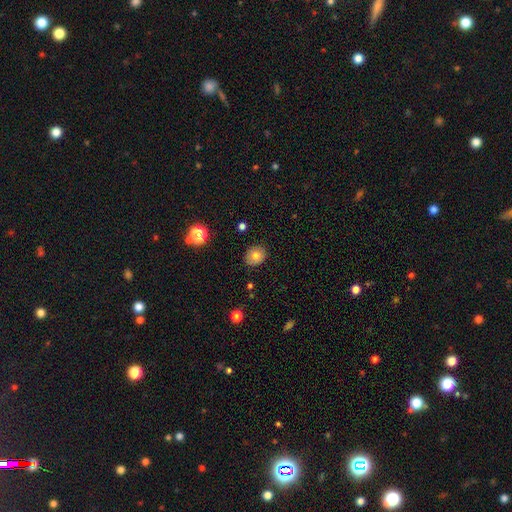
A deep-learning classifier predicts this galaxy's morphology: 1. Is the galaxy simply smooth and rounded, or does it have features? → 77% smooth, 13% featured or disk, 10% star or artifact.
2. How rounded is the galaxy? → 68% round, 31% in between, 1% cigar-shaped.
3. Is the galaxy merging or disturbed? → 86% none, 10% minor disturbance, 2% major disturbance, 1% merger.